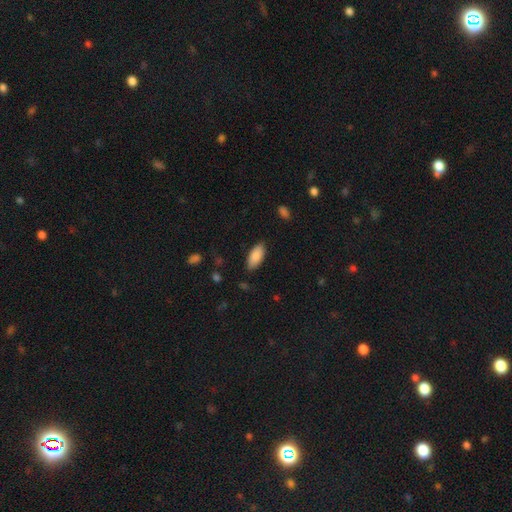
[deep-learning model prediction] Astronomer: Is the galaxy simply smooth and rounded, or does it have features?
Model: smooth — 88%.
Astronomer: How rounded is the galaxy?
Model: in between — 90%.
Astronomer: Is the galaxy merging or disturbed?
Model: none — 84%.